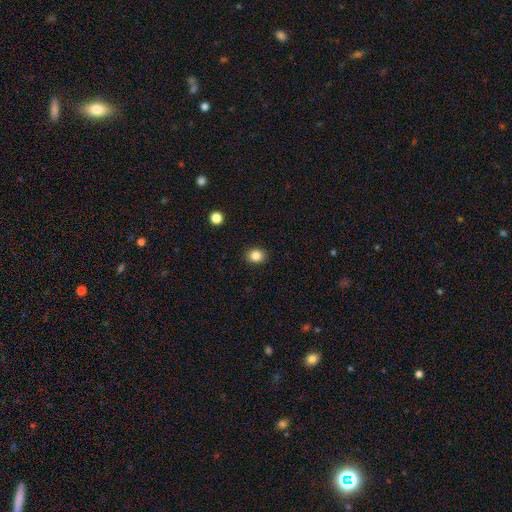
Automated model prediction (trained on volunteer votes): smooth_or_featured: smooth (p=0.84) [alt: star or artifact p=0.11]
how_rounded: round (p=0.61) [alt: in between p=0.38]
merging: none (p=0.90) [alt: minor disturbance p=0.07]